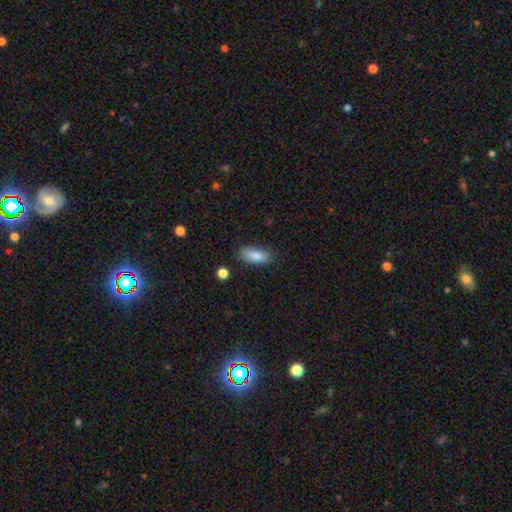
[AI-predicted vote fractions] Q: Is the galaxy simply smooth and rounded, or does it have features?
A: smooth — 85%.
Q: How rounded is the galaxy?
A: in between — 82%.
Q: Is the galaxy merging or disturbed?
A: none — 75%.